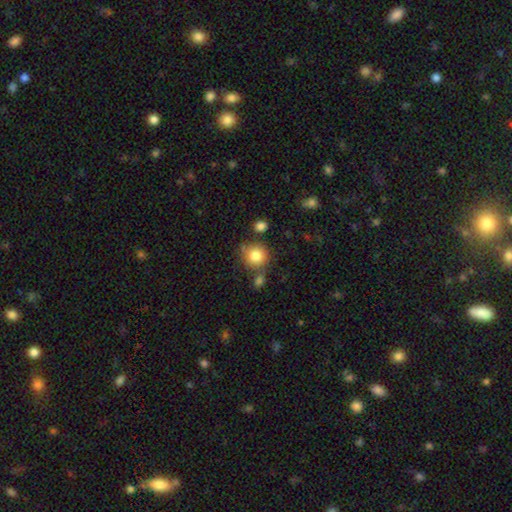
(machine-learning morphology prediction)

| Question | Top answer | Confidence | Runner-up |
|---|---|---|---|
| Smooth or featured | smooth | 83% | star or artifact (10%) |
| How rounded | round | 90% | in between (9%) |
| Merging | none | 68% | merger (15%) |